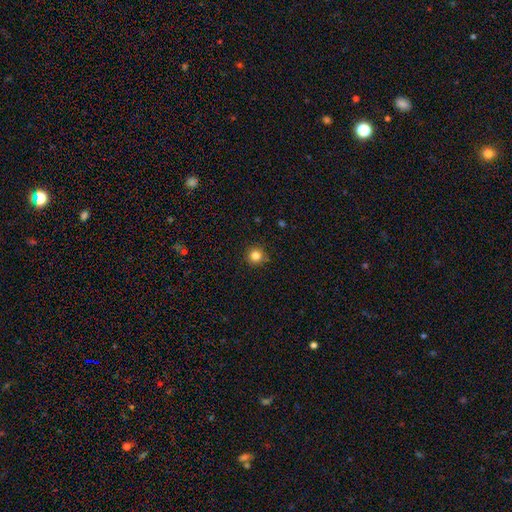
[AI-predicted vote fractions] smooth-or-featured: smooth: 82% | star or artifact: 12% | featured or disk: 5%
  how-rounded: round: 95% | in between: 4% | cigar-shaped: 1%
  merging: none: 91% | minor disturbance: 6% | major disturbance: 2% | merger: 1%